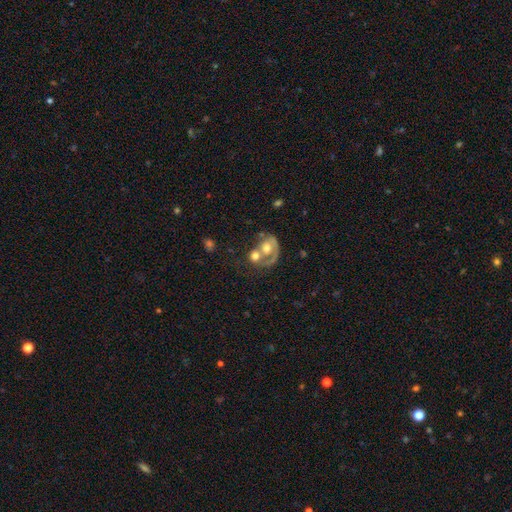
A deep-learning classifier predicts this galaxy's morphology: smooth_or_featured: featured or disk (p=0.55) [alt: smooth p=0.38]
disk_edge_on: no (p=0.97) [alt: yes p=0.03]
bar: no (p=0.84) [alt: weak p=0.13]
has_spiral_arms: yes (p=0.53) [alt: no p=0.47]
bulge_size: moderate (p=0.57) [alt: large p=0.21]
merging: merger (p=0.53) [alt: none p=0.21]